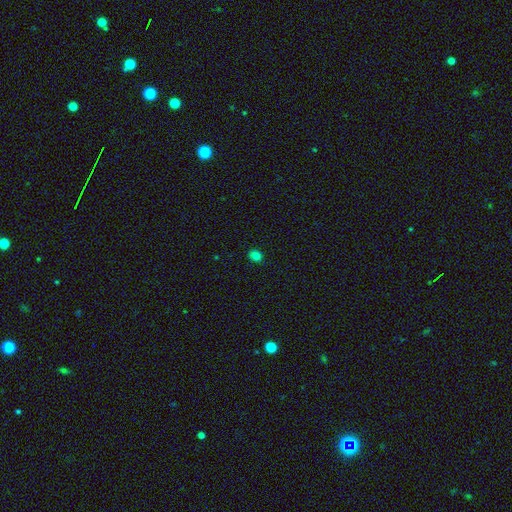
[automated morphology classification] Smooth or featured?
  - smooth: 81% *
  - star or artifact: 15%
  - featured or disk: 4%
How rounded?
  - in between: 53% *
  - round: 46%
  - cigar-shaped: 1%
Merging?
  - none: 89% *
  - minor disturbance: 8%
  - major disturbance: 2%
  - merger: 1%